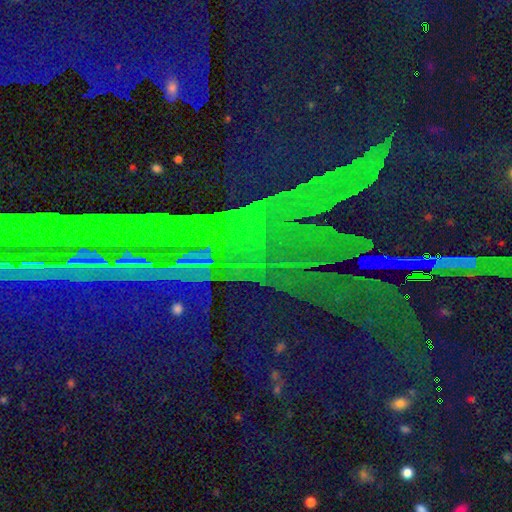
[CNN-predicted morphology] Smooth or featured? Predicted: star or artifact (p=0.87).